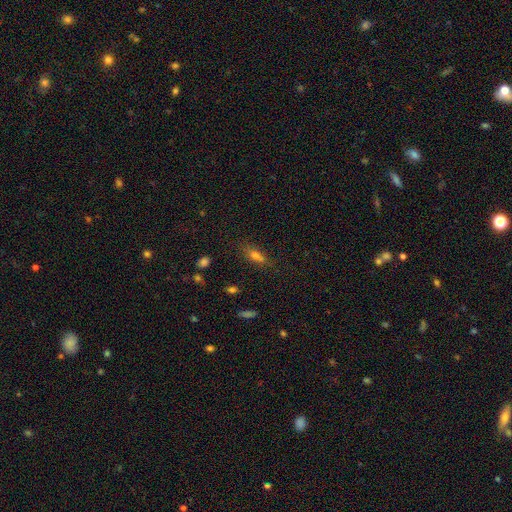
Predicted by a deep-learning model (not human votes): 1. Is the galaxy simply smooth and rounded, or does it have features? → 64% smooth, 18% star or artifact, 18% featured or disk.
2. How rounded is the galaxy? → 58% in between, 34% cigar-shaped, 7% round.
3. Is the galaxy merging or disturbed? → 72% none, 17% minor disturbance, 6% major disturbance, 5% merger.